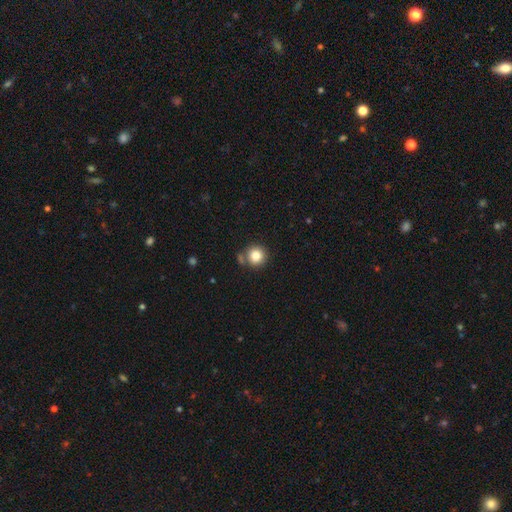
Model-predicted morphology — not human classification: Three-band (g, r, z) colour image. It shows a smooth galaxy with no disk features (83%) that is round (93%). Merging: none (73%).